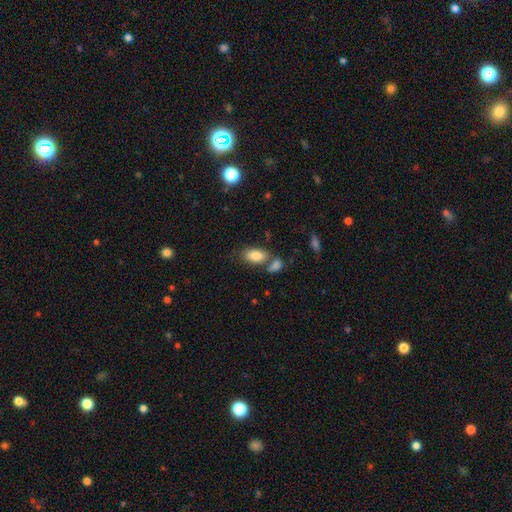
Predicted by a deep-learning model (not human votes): Smooth or featured? smooth (84%)
How rounded? in between (92%)
Merging? none (54%)